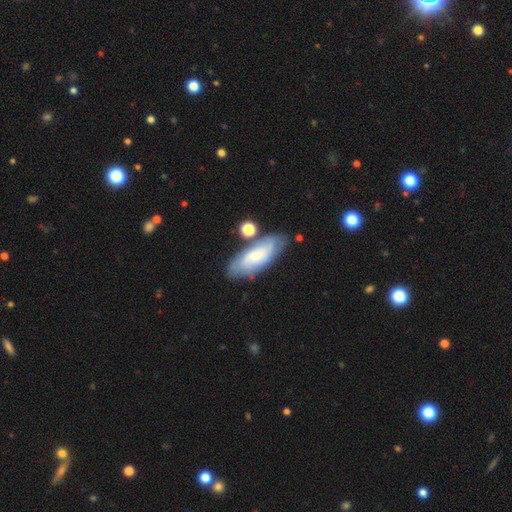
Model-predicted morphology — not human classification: Smooth or featured: smooth — 57% (featured or disk — 35%)
How rounded: in between — 69% (cigar-shaped — 29%)
Merging: none — 69% (minor disturbance — 17%)